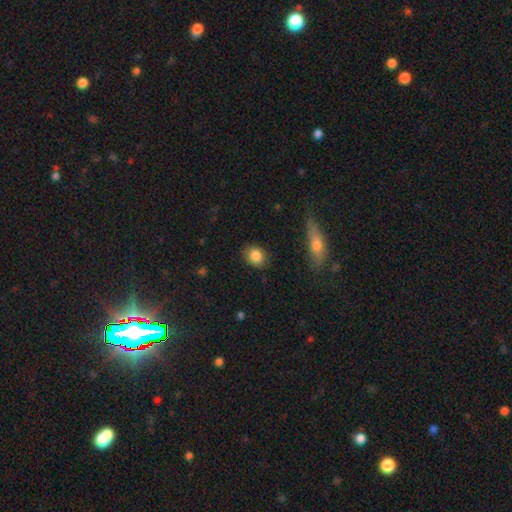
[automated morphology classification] Smooth or featured? Predicted: smooth (p=0.85). How rounded? Predicted: round (p=0.53). Merging? Predicted: none (p=0.86).